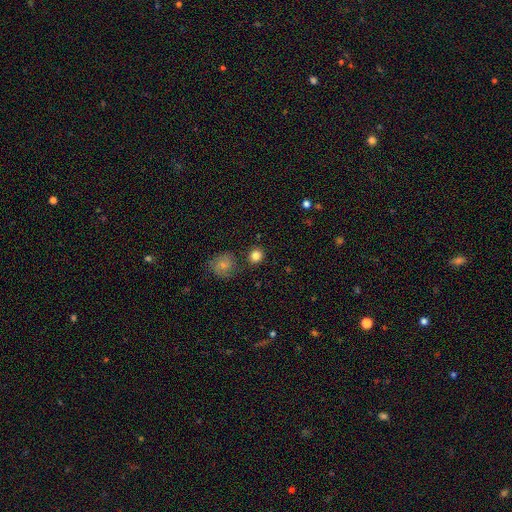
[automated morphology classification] smooth_or_featured: smooth (p=0.83) [alt: star or artifact p=0.10]
how_rounded: round (p=0.85) [alt: in between p=0.14]
merging: none (p=0.82) [alt: minor disturbance p=0.09]